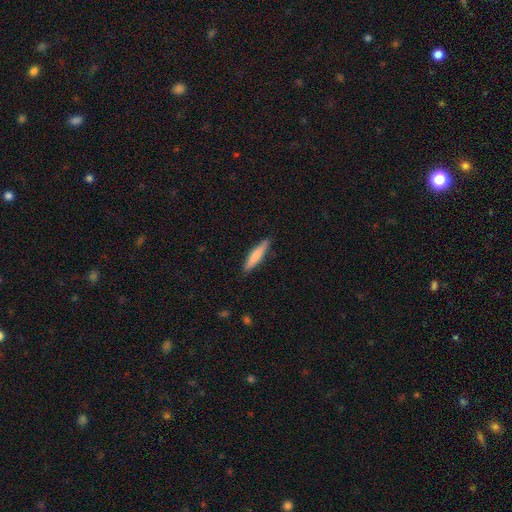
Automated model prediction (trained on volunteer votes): Smooth or featured: smooth — 71% (featured or disk — 24%)
How rounded: cigar-shaped — 87% (in between — 11%)
Merging: none — 88% (minor disturbance — 9%)